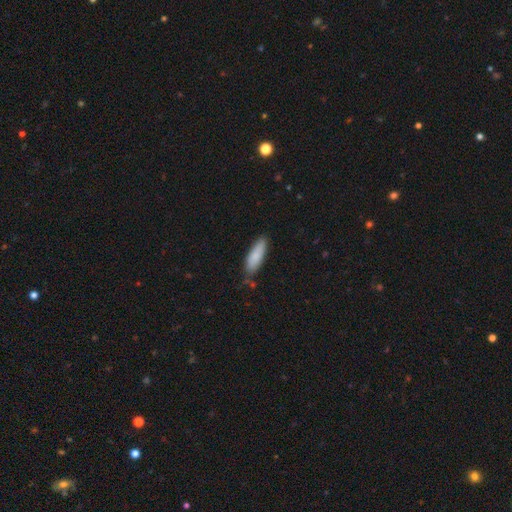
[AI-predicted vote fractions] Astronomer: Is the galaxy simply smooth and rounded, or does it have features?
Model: smooth — 85%.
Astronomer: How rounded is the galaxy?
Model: cigar-shaped — 51% (runner-up: in between, 48%).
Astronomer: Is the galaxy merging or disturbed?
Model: none — 78%.